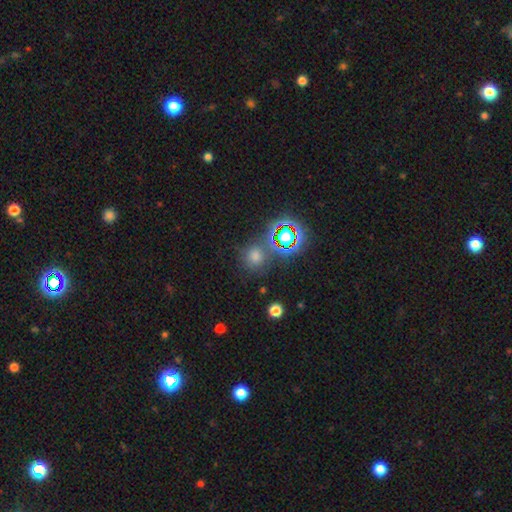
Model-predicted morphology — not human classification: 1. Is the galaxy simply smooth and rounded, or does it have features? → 55% smooth, 37% star or artifact, 8% featured or disk.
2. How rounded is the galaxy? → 88% round, 11% in between, 1% cigar-shaped.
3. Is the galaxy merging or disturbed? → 76% none, 10% merger, 10% minor disturbance, 4% major disturbance.